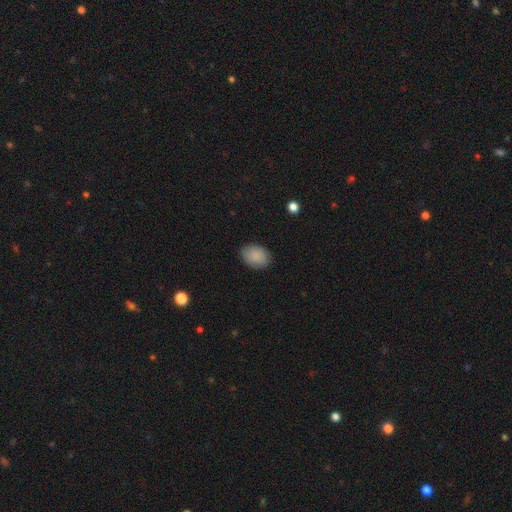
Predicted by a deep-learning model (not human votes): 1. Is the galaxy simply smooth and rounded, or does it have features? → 89% smooth, 7% star or artifact, 4% featured or disk.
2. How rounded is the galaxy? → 76% in between, 23% round, 1% cigar-shaped.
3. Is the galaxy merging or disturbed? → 86% none, 11% minor disturbance, 2% major disturbance, 1% merger.